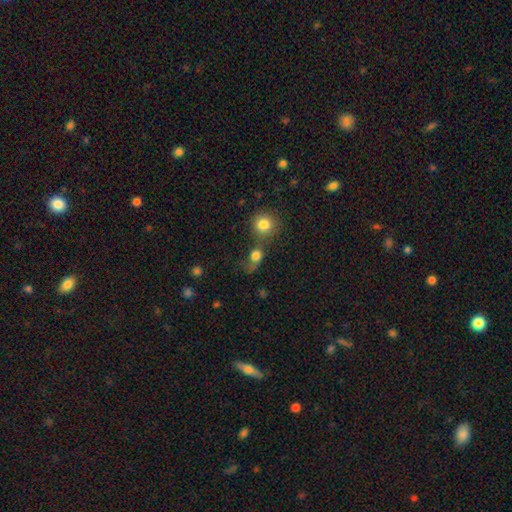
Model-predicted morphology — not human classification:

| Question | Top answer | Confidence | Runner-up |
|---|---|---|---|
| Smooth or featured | smooth | 77% | star or artifact (13%) |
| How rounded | round | 65% | in between (33%) |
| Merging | none | 36% | tied: merger (36%) |